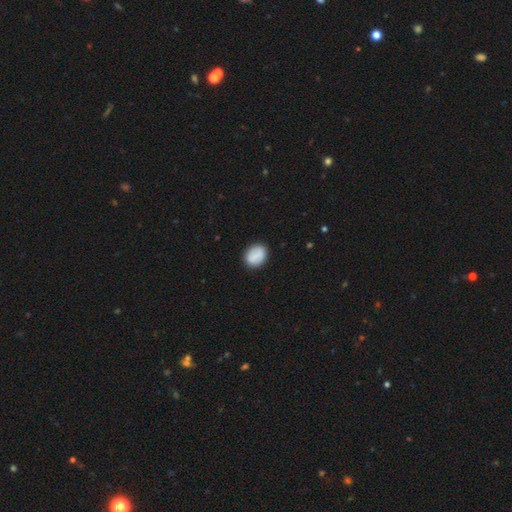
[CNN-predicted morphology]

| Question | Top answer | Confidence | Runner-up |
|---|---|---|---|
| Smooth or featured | smooth | 82% | featured or disk (11%) |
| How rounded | in between | 57% | round (42%) |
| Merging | none | 87% | minor disturbance (10%) |